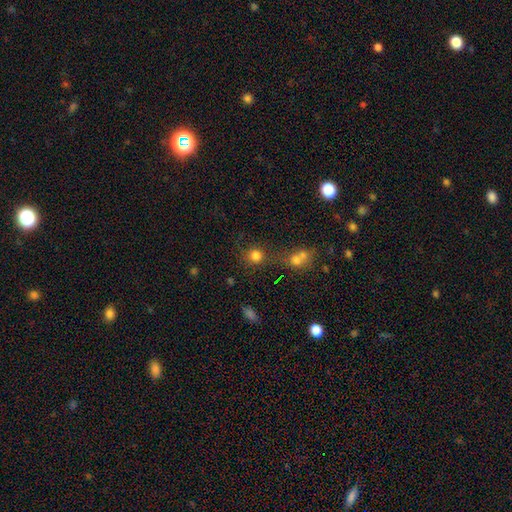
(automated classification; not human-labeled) Smooth or featured?
  - smooth: 78% *
  - star or artifact: 15%
  - featured or disk: 7%
How rounded?
  - round: 89% *
  - in between: 10%
  - cigar-shaped: 1%
Merging?
  - none: 63% *
  - merger: 20%
  - minor disturbance: 10%
  - major disturbance: 6%